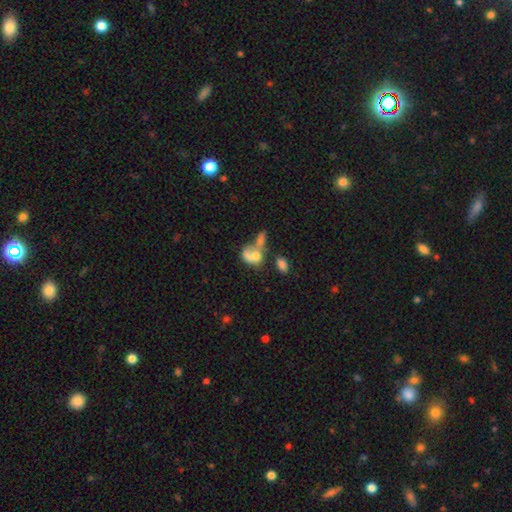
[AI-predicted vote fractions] Smooth or featured? Predicted: smooth (p=0.53). How rounded? Predicted: in between (p=0.70). Merging? Predicted: merger (p=0.58).